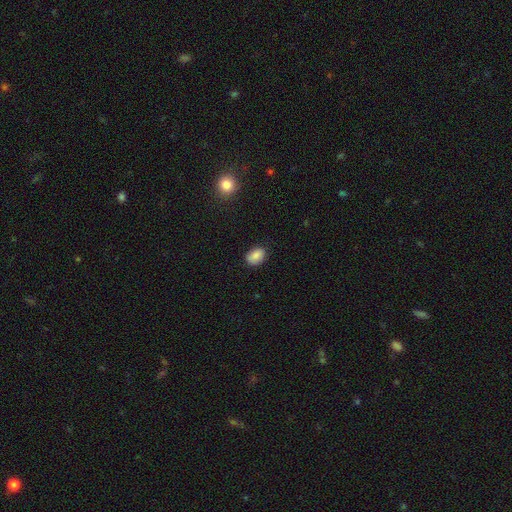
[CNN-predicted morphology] Smooth or featured? smooth (85%)
How rounded? in between (74%)
Merging? none (81%)